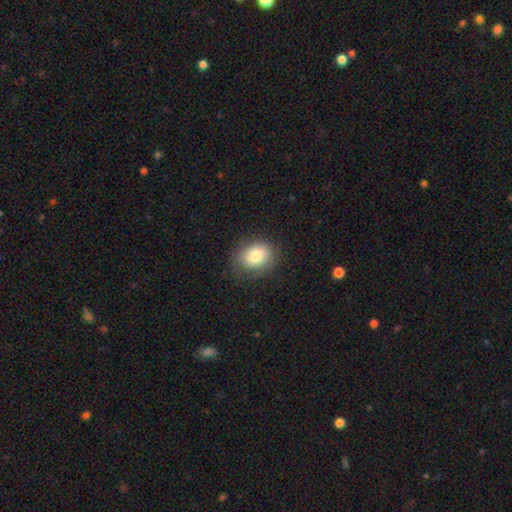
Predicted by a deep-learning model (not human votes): Q: Smooth or featured?
A: smooth (81%); runner-up: featured or disk (10%)
Q: How rounded?
A: round (52%); runner-up: in between (48%)
Q: Merging?
A: none (80%); runner-up: minor disturbance (14%)